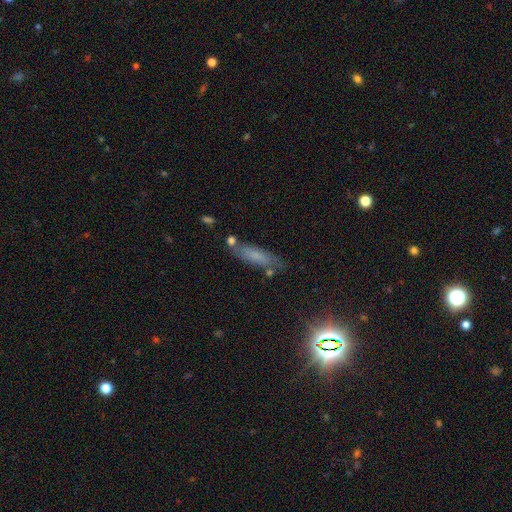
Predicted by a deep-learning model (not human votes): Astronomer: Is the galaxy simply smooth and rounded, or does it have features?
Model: smooth — 64%.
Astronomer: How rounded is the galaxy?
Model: cigar-shaped — 64%.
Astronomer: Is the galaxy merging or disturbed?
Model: none — 70%.